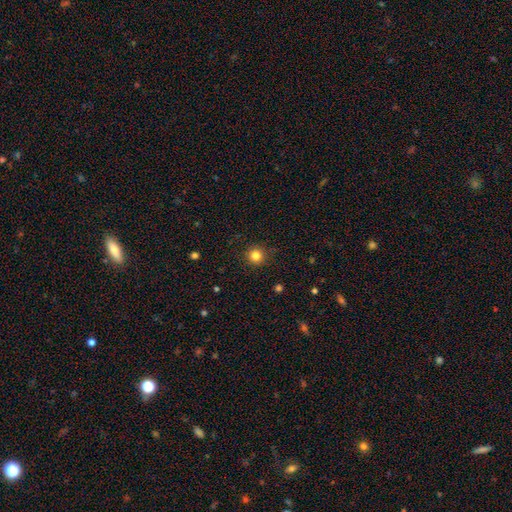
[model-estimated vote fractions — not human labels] Morphology: type=smooth (83%); roundness=round (95%); merging=none (90%).